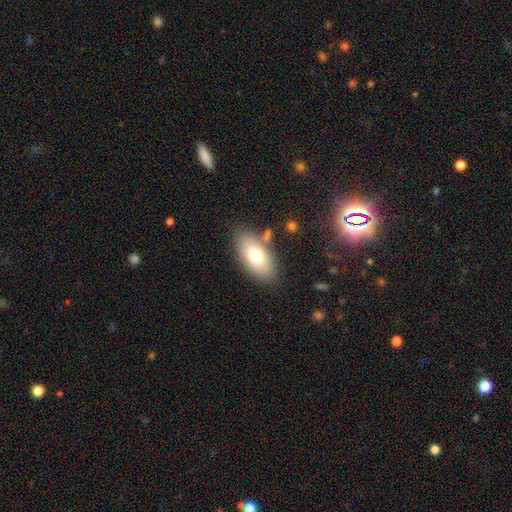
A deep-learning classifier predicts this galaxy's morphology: Smooth or featured? Predicted: smooth (p=0.73). How rounded? Predicted: in between (p=0.92). Merging? Predicted: none (p=0.78).